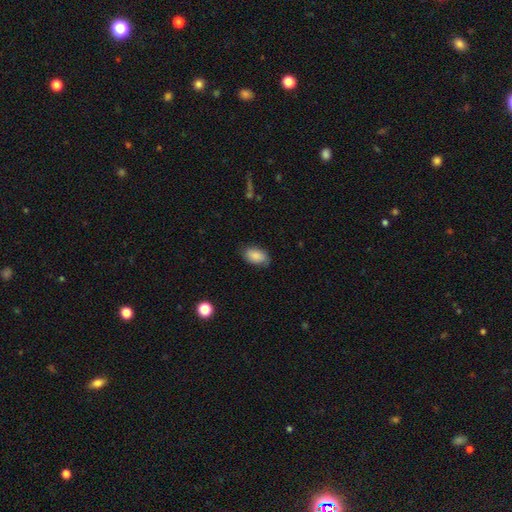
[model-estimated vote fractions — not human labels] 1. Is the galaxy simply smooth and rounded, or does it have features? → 86% smooth, 7% featured or disk, 7% star or artifact.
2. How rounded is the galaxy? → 92% in between, 6% round, 2% cigar-shaped.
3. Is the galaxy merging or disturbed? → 75% none, 19% minor disturbance, 4% major disturbance, 1% merger.